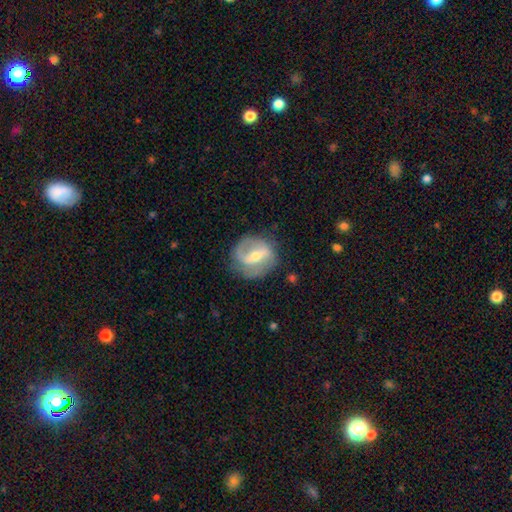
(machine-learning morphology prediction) This is likely a featured or disk galaxy (78%). It is clearly not viewed edge-on (96%). Bar: possibly strong (51%). Spiral arm pattern: clearly yes (82%). Spiral arm count: likely 2 (74%). Spiral winding: marginally medium (43%). Central bulge: possibly moderate (52%). Merging: likely none (72%).